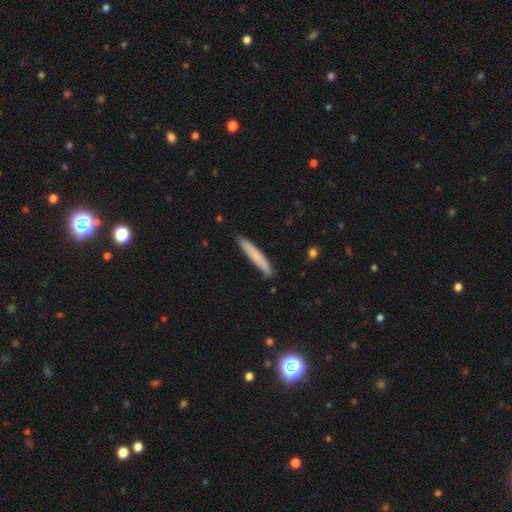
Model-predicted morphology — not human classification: The model was most divided on "smooth or featured": smooth: 73%, featured or disk: 21%, star or artifact: 6%. More confident: how rounded — cigar-shaped (94%); merging — none (83%).